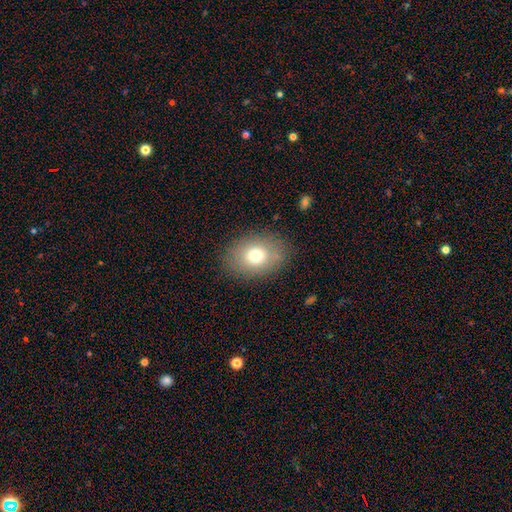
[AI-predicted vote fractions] smooth-or-featured: smooth: 73% | featured or disk: 15% | star or artifact: 11%
  how-rounded: in between: 67% | round: 32% | cigar-shaped: 1%
  merging: none: 84% | minor disturbance: 11% | major disturbance: 4% | merger: 1%